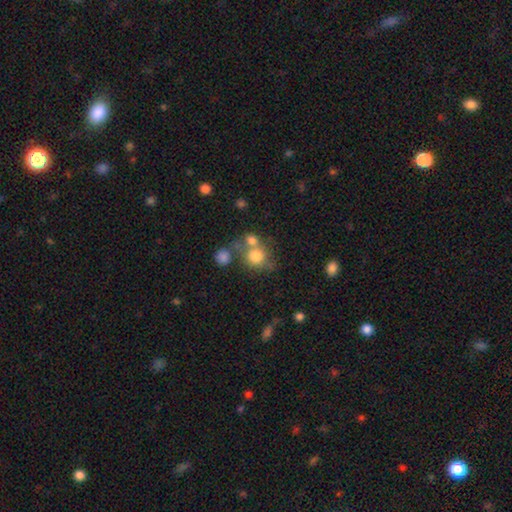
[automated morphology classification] type=smooth (75%); roundness=round (80%); merging=none (44%).